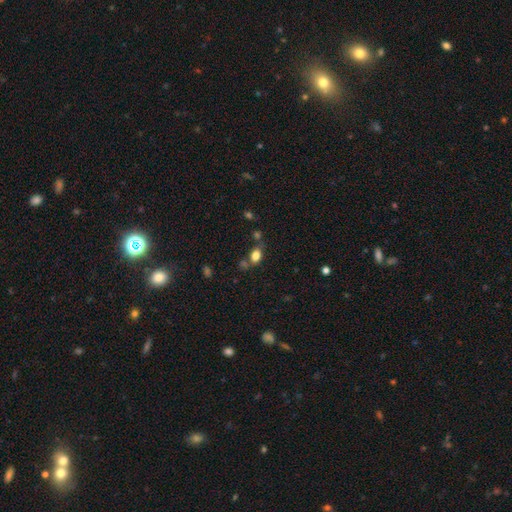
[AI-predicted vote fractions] Q: Smooth or featured?
A: smooth (79%); runner-up: star or artifact (12%)
Q: How rounded?
A: in between (76%); runner-up: round (21%)
Q: Merging?
A: none (61%); runner-up: minor disturbance (17%)